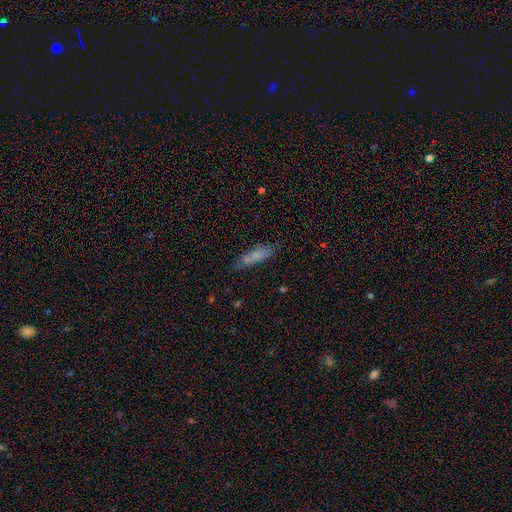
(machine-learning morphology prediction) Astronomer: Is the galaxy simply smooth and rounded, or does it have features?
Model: smooth — 68%.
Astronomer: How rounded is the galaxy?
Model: cigar-shaped — 63%.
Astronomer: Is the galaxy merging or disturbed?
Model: none — 65%.